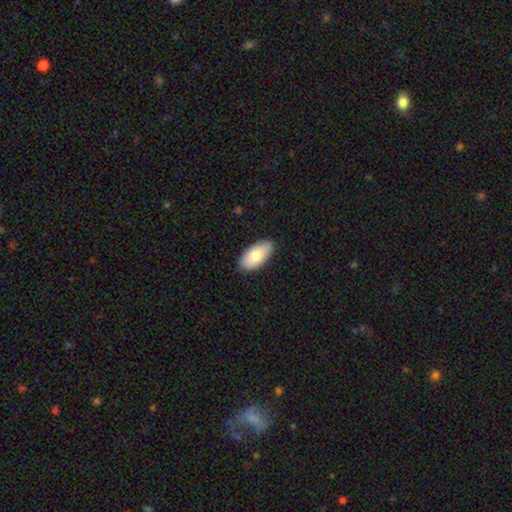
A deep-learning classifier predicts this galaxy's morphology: This is clearly a smooth galaxy (80%). How rounded: clearly in between (93%). Merging: clearly none (86%).